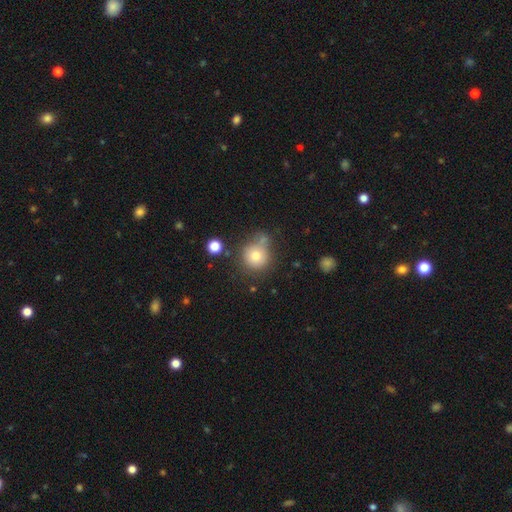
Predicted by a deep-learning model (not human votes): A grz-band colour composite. It shows a smooth galaxy with no disk features (75%) that is round (88%). Merging: none (57%).